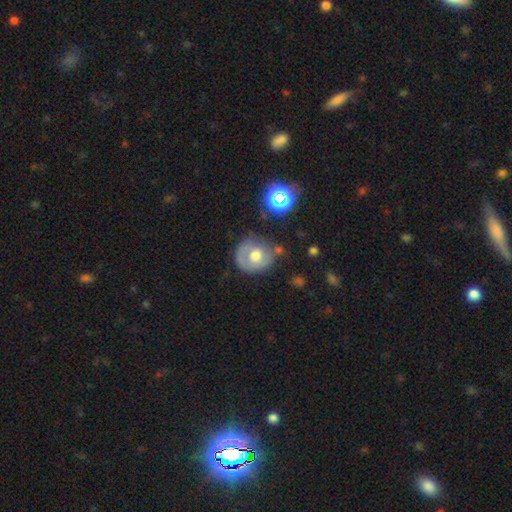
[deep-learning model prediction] This appears to be a smooth galaxy with no disk features (48%). Merging: none (55%).